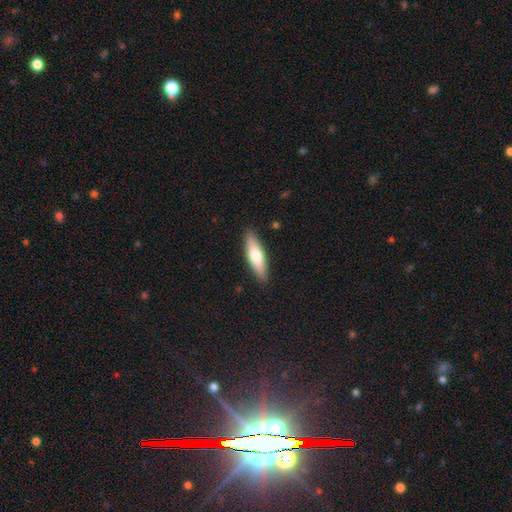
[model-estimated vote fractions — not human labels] This is likely a smooth galaxy (64%). How rounded: likely cigar-shaped (60%). Merging: clearly none (89%).